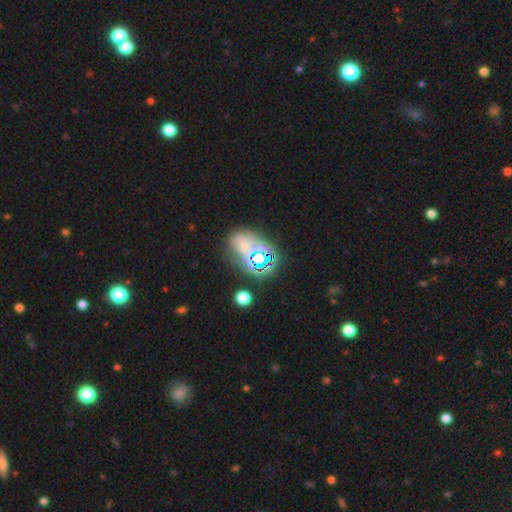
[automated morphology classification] Smooth or featured? star or artifact (53%)